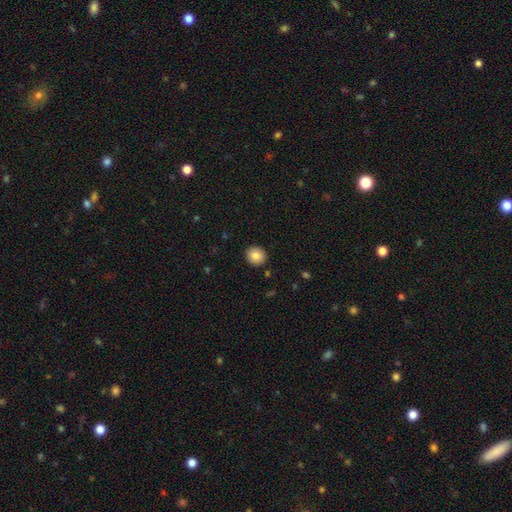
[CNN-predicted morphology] Q: Smooth or featured?
A: smooth (85%); runner-up: star or artifact (8%)
Q: How rounded?
A: round (84%); runner-up: in between (15%)
Q: Merging?
A: none (91%); runner-up: minor disturbance (6%)